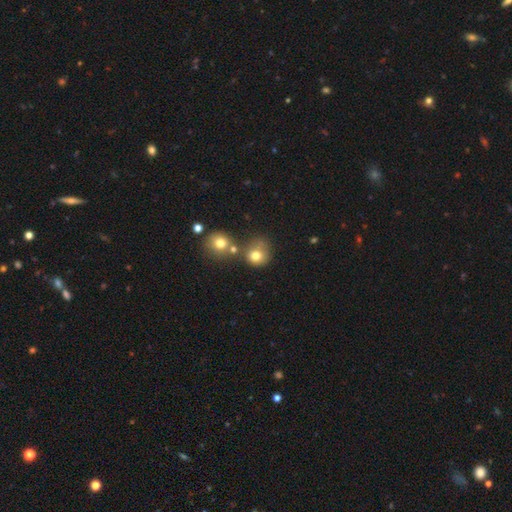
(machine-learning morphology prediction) This is likely a smooth galaxy (76%). How rounded: clearly round (84%). Merging: possibly none (50%).